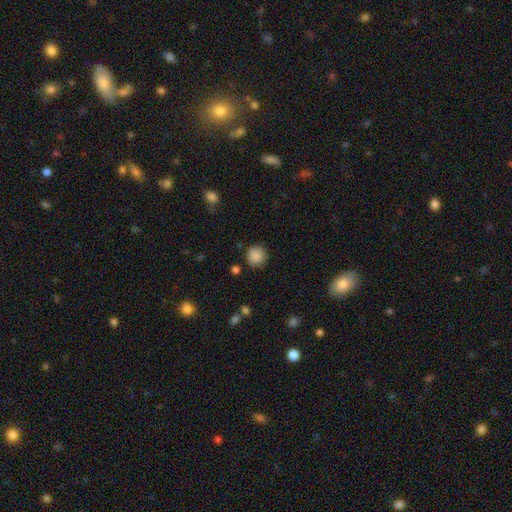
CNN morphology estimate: The model was most divided on "merging": none: 85%, minor disturbance: 10%, major disturbance: 3%, merger: 2%. More confident: how rounded — round (92%); smooth or featured — smooth (87%).